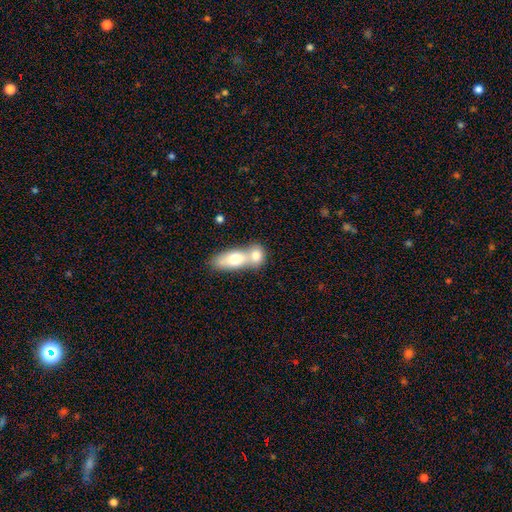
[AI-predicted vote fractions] This is likely a smooth galaxy (72%). How rounded: likely in between (67%). Merging: likely merger (73%).